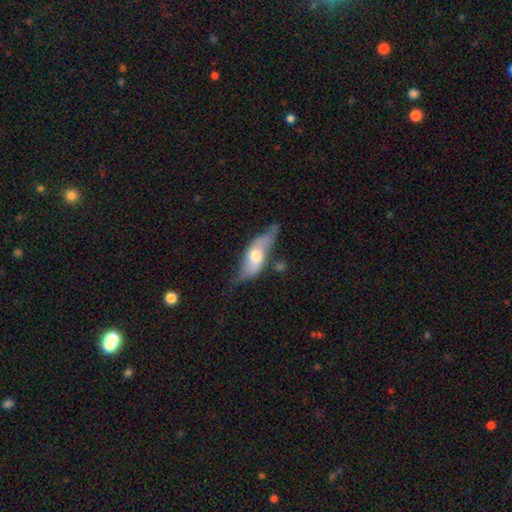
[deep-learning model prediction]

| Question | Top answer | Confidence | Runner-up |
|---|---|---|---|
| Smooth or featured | featured or disk | 49% | smooth (46%) |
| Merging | none | 45% | minor disturbance (34%) |